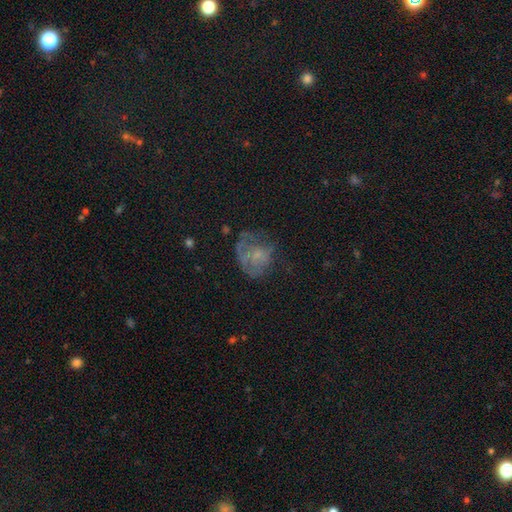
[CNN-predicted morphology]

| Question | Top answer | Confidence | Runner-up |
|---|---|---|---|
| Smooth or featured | featured or disk | 45% | smooth (38%) |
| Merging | none | 41% | major disturbance (33%) |